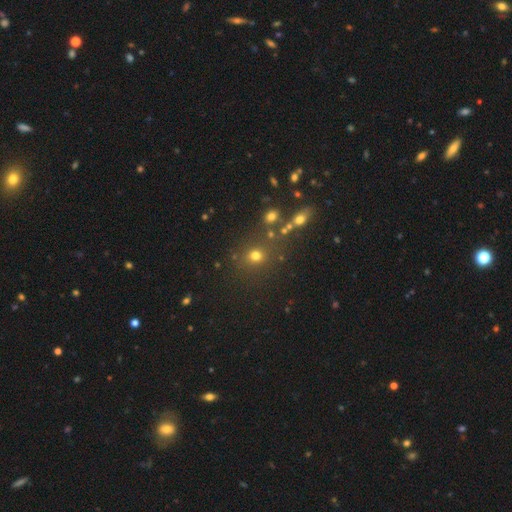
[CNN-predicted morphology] smooth_or_featured: smooth (p=0.69) [alt: star or artifact p=0.22]
how_rounded: round (p=0.80) [alt: in between p=0.19]
merging: none (p=0.73) [alt: merger p=0.11]